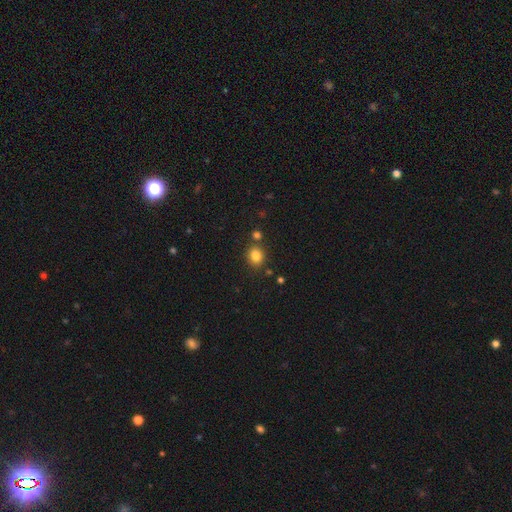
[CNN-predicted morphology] The model was most divided on "how rounded": round: 67%, in between: 32%, cigar-shaped: 1%. More confident: smooth or featured — smooth (83%); merging — none (77%).